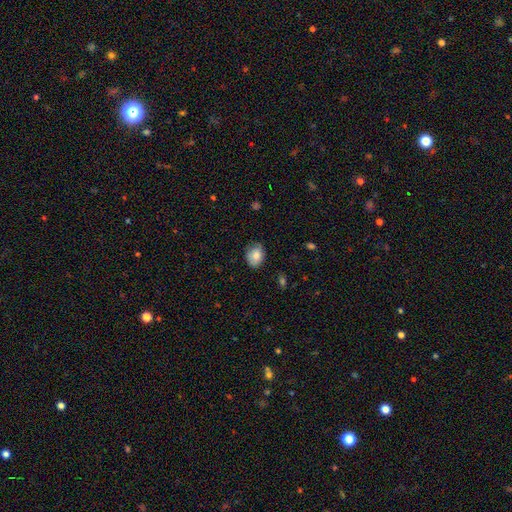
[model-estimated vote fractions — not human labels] The model was most divided on "how rounded": in between: 68%, round: 31%, cigar-shaped: 1%. More confident: smooth or featured — smooth (80%); merging — none (75%).